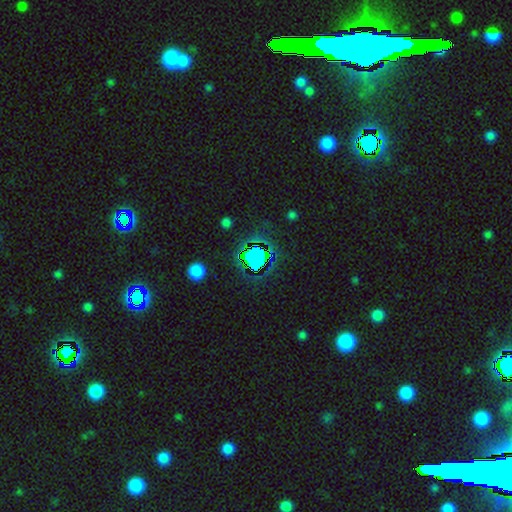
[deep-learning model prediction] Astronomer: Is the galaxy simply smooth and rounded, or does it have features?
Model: star or artifact — 66%.